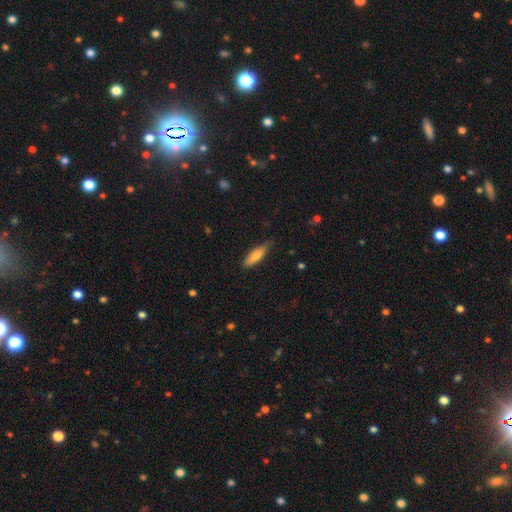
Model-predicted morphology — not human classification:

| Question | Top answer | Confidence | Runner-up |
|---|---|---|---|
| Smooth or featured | smooth | 78% | featured or disk (16%) |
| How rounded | cigar-shaped | 56% | in between (42%) |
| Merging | none | 75% | minor disturbance (20%) |